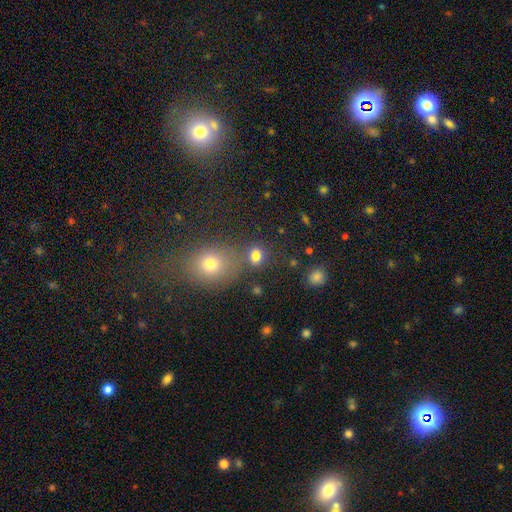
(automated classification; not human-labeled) This is likely a smooth galaxy (78%). How rounded: likely round (66%). Merging: likely none (69%).